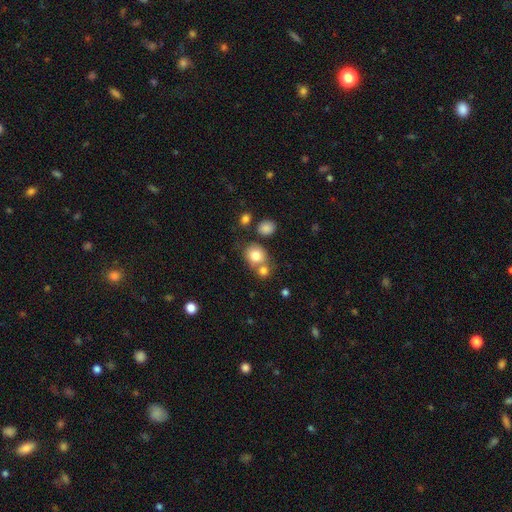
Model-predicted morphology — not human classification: This is clearly a smooth galaxy (80%). How rounded: likely round (71%). Merging: possibly none (50%).